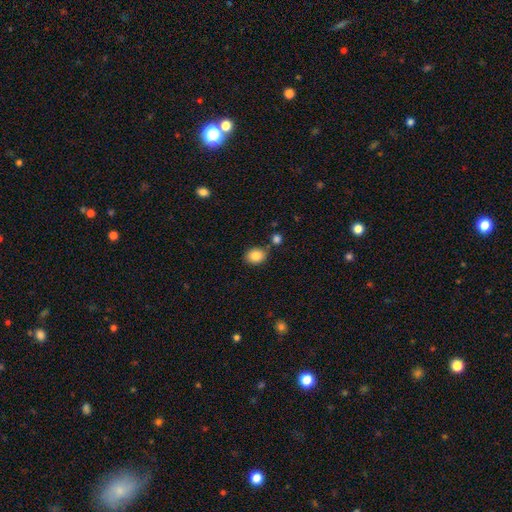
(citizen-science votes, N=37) A smooth galaxy with no disk features (95%) that is in between round and cigar-shaped (57%). Merging: none (64%).